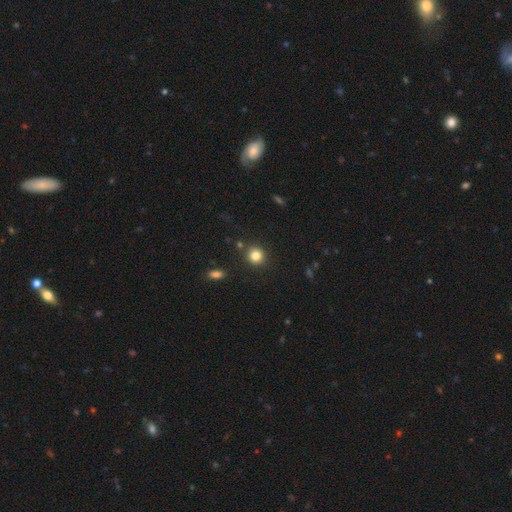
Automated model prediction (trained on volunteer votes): A smooth galaxy with no disk features (83%) that is round (87%).

Vote fractions:
- Smooth or featured? smooth: 83% / star or artifact: 11% / featured or disk: 6%
- How rounded? round: 87% / in between: 12% / cigar-shaped: 1%
- Merging? none: 86% / minor disturbance: 8% / merger: 4% / major disturbance: 2%